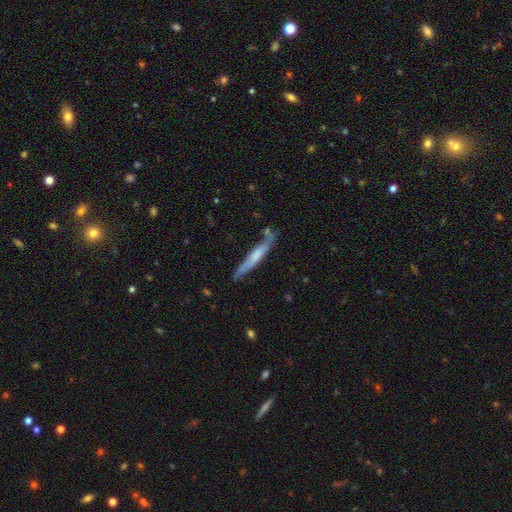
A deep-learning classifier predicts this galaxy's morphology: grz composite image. It shows a smooth galaxy with no disk features (51%) that is cigar-shaped (94%). Merging: none (69%).